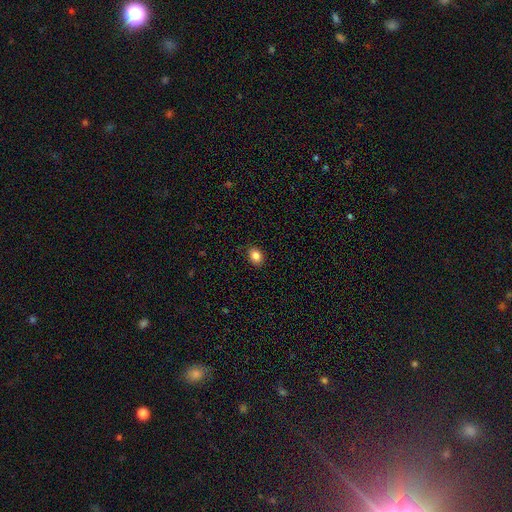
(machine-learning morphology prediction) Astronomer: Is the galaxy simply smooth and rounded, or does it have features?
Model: smooth — 85%.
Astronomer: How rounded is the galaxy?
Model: in between — 61% (runner-up: round, 38%).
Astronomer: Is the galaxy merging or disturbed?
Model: none — 86%.